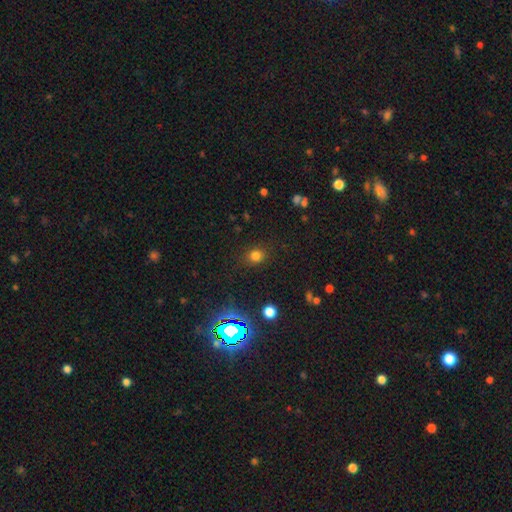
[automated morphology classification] Overall: smooth (75%). How rounded: round (74%). Merging: none (85%).